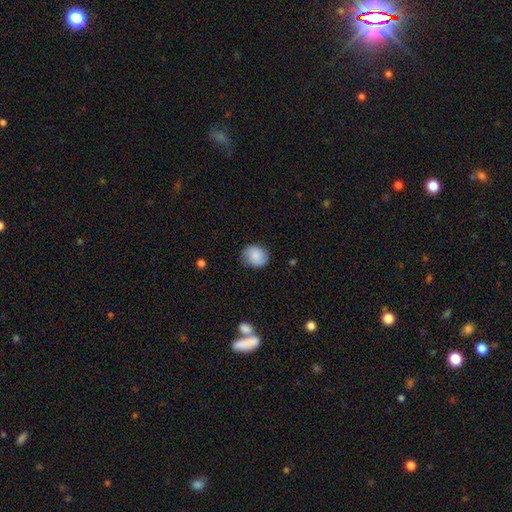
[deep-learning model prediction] Smooth or featured? Predicted: smooth (p=0.79). How rounded? Predicted: round (p=0.73). Merging? Predicted: none (p=0.79).